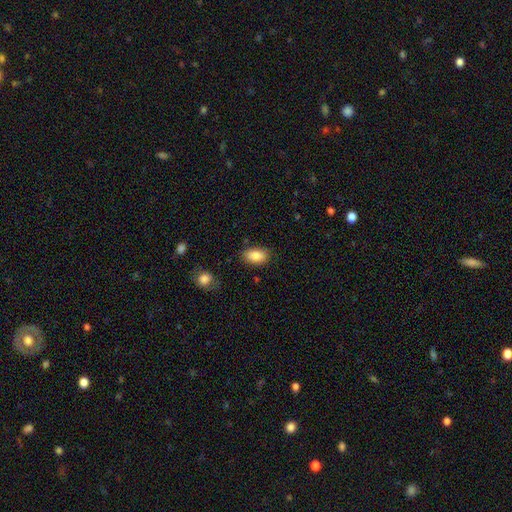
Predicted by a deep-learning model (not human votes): Smooth or featured? smooth (85%)
How rounded? in between (91%)
Merging? none (81%)